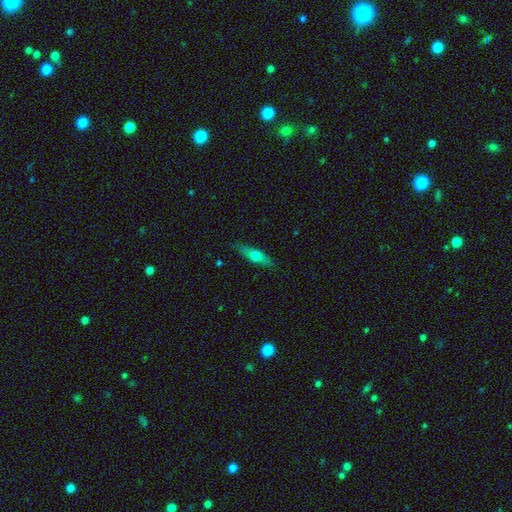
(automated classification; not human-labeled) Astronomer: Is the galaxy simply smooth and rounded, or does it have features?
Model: smooth — 56% (runner-up: featured or disk, 37%).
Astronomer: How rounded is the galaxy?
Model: cigar-shaped — 61% (runner-up: in between, 36%).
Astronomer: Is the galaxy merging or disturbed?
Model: none — 83%.